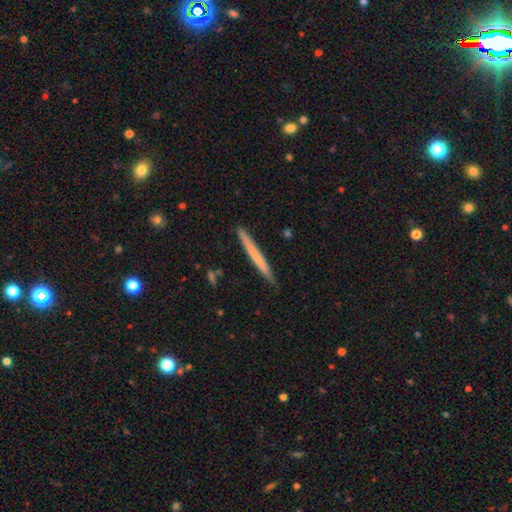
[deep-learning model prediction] Q: Smooth or featured?
A: smooth (59%); runner-up: featured or disk (35%)
Q: How rounded?
A: cigar-shaped (97%); runner-up: in between (1%)
Q: Merging?
A: none (91%); runner-up: minor disturbance (7%)